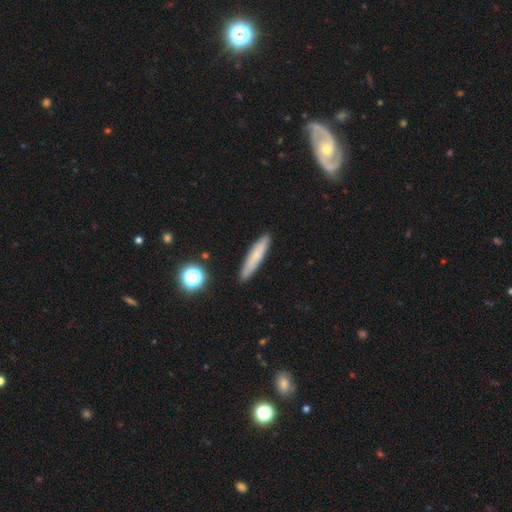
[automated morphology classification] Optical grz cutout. It shows a smooth galaxy with no disk features (71%) that is cigar-shaped (89%). Merging: none (88%).